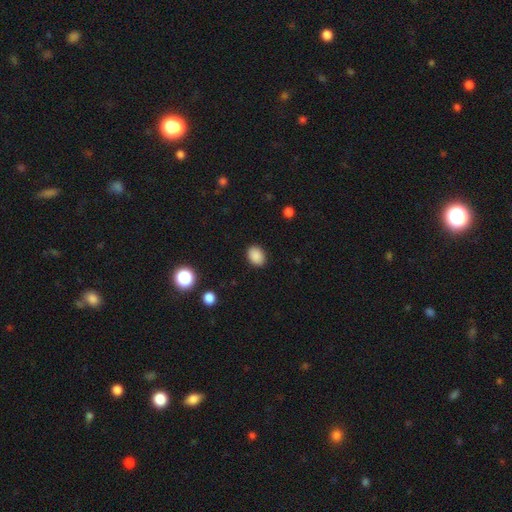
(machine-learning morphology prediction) Overall: smooth (88%). How rounded: in between (68%; round 31%). Merging: none (89%).